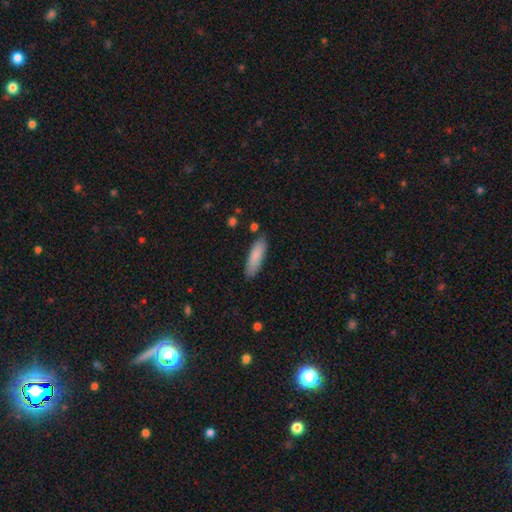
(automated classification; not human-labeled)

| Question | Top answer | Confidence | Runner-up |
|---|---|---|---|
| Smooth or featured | smooth | 86% | featured or disk (8%) |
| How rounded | cigar-shaped | 55% | in between (44%) |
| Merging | none | 83% | minor disturbance (13%) |